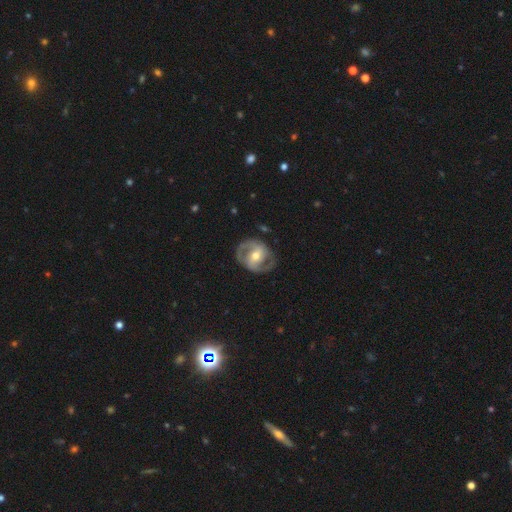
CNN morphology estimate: Q: Smooth or featured?
A: featured or disk (79%); runner-up: smooth (16%)
Q: Edge-on disk?
A: no (96%); runner-up: yes (4%)
Q: Bar?
A: weak (40%); runner-up: strong (32%)
Q: Spiral arms?
A: yes (83%); runner-up: no (17%)
Q: Spiral winding?
A: medium (50%); runner-up: tight (32%)
Q: Spiral arm count?
A: 2 (86%); runner-up: can't tell (7%)
Q: Bulge size?
A: moderate (68%); runner-up: small (25%)
Q: Merging?
A: none (78%); runner-up: minor disturbance (14%)